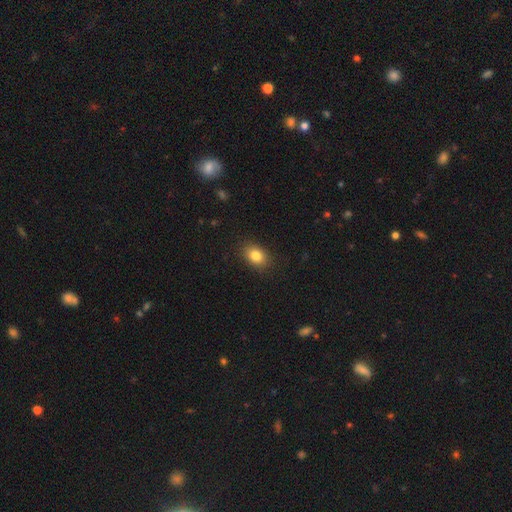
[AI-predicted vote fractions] A smooth galaxy with no disk features (83%) that is in between round and cigar-shaped (73%). Merging: none (87%).